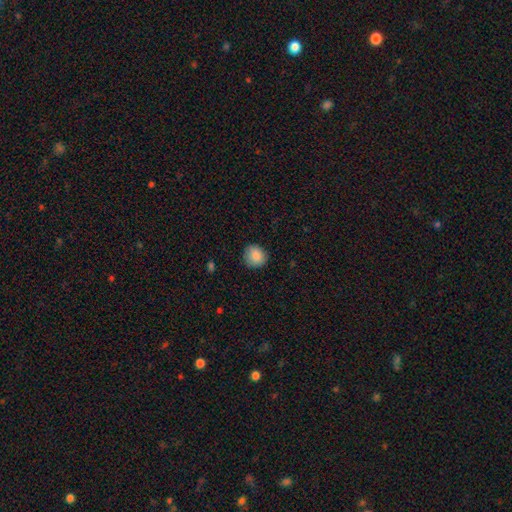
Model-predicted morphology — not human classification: type=smooth (88%); roundness=round (87%); merging=none (86%).